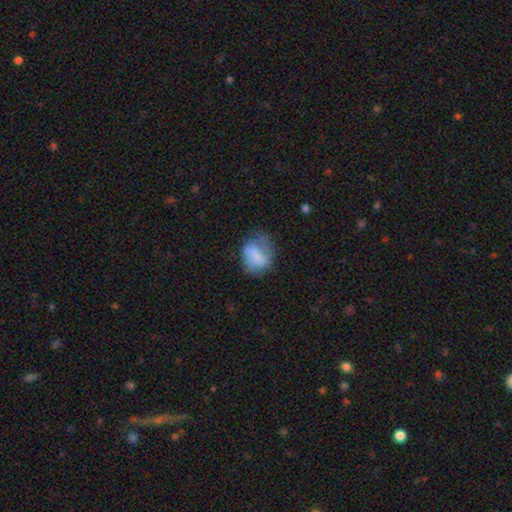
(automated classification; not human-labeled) This appears to be a smooth galaxy with no disk features (64%) that is in between round and cigar-shaped (56%). Merging: none (42%).